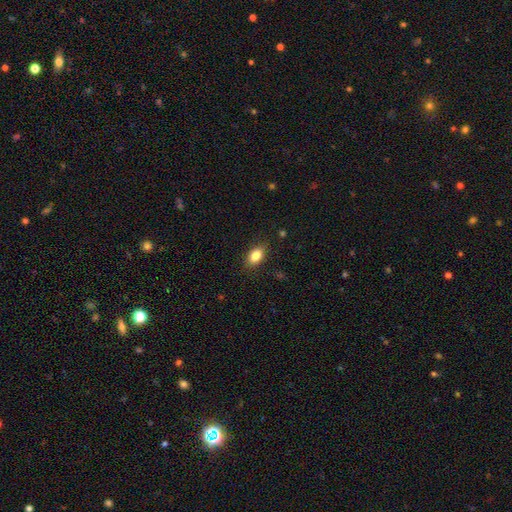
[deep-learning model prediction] This appears to be a smooth galaxy with no disk features (84%) that is in between round and cigar-shaped (86%). Merging: none (85%).